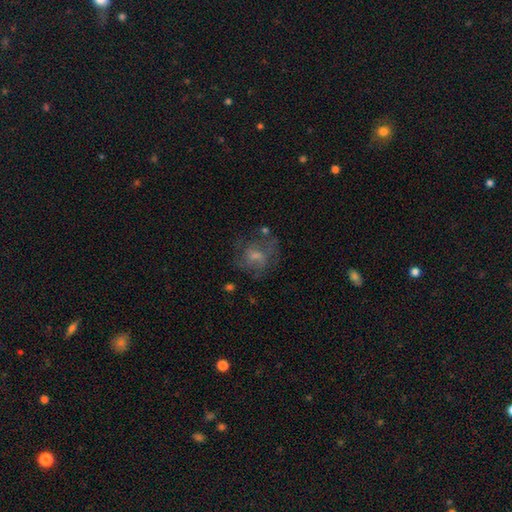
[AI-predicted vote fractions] Q: Smooth or featured?
A: featured or disk (49%); runner-up: smooth (34%)
Q: Merging?
A: none (60%); runner-up: minor disturbance (19%)